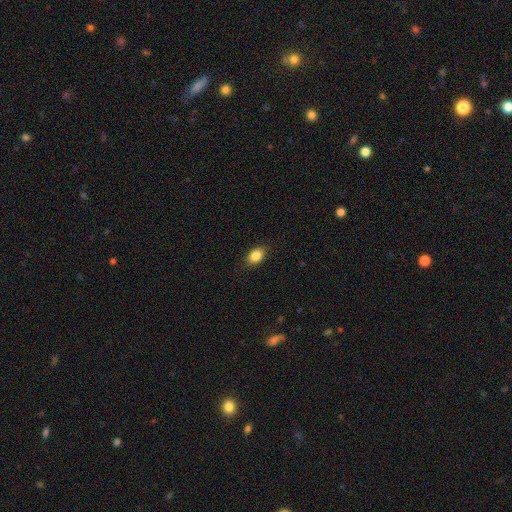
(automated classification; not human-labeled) This appears to be a smooth galaxy with no disk features (85%) that is in between round and cigar-shaped (82%). Merging: none (86%).